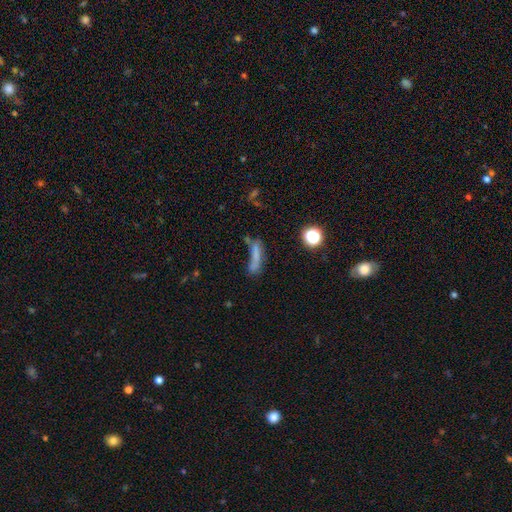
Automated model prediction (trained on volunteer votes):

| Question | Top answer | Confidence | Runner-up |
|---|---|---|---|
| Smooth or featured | smooth | 59% | featured or disk (23%) |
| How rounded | cigar-shaped | 71% | in between (24%) |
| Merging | none | 38% | major disturbance (21%) |